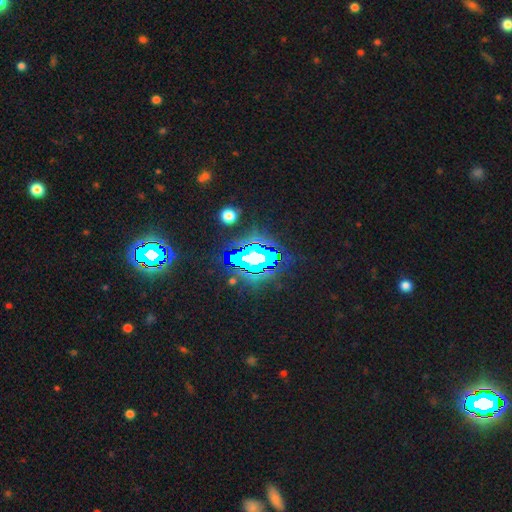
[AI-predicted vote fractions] The model was most divided on "smooth or featured": star or artifact: 67%, featured or disk: 18%, smooth: 15%.